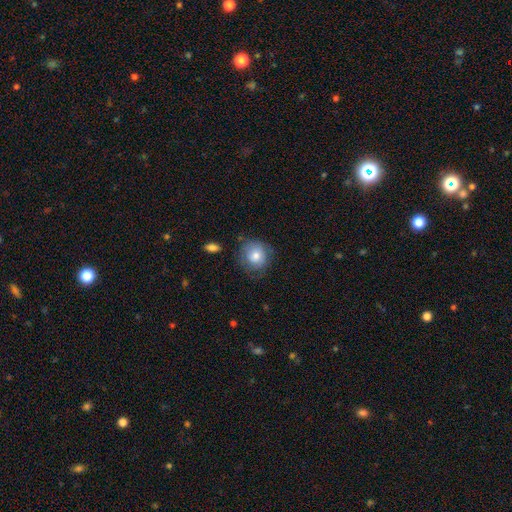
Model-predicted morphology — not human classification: This appears to be a smooth galaxy with no disk features (67%) that is round (83%). Merging: none (69%).